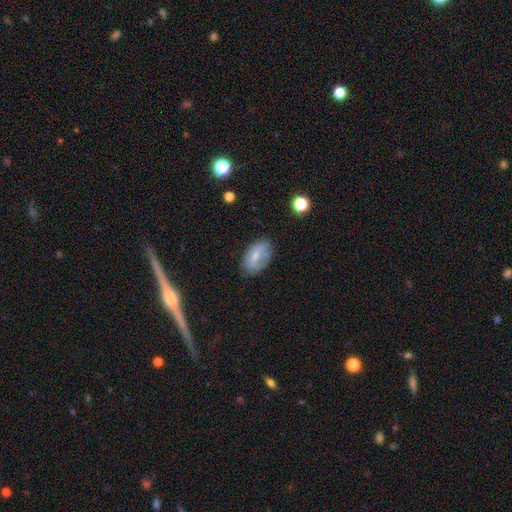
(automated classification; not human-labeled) This is likely a smooth galaxy (62%). How rounded: clearly in between (92%). Merging: likely none (64%).